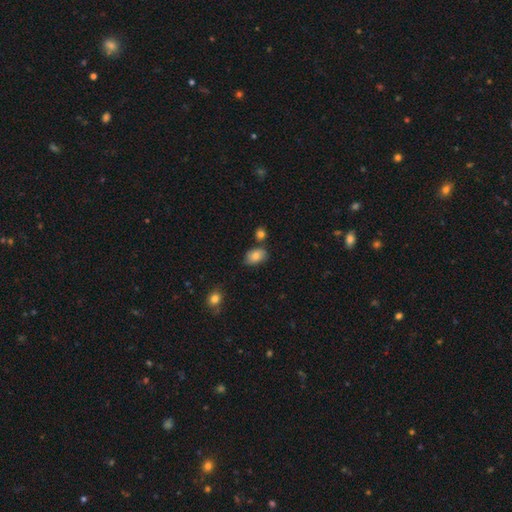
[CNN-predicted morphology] smooth_or_featured: smooth (p=0.77) [alt: featured or disk p=0.14]
how_rounded: in between (p=0.84) [alt: round p=0.15]
merging: none (p=0.68) [alt: minor disturbance p=0.20]